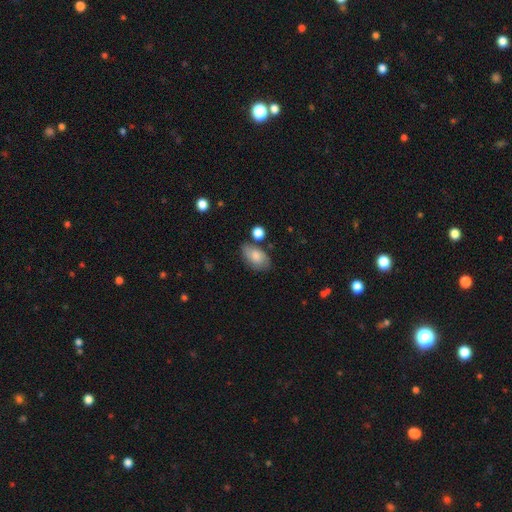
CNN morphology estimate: A smooth galaxy with no disk features (76%) that is in between round and cigar-shaped (90%).

Vote fractions:
- Smooth or featured? smooth: 76% / featured or disk: 16% / star or artifact: 7%
- How rounded? in between: 90% / round: 8% / cigar-shaped: 2%
- Merging? none: 63% / minor disturbance: 24% / merger: 8% / major disturbance: 6%